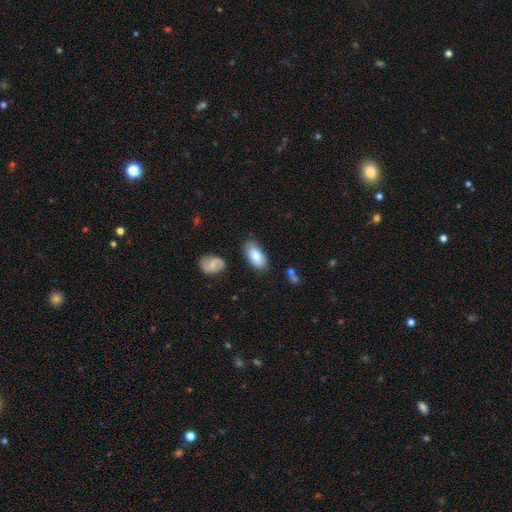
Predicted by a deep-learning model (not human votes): Smooth or featured?
  - smooth: 80% *
  - featured or disk: 14%
  - star or artifact: 6%
How rounded?
  - in between: 93% *
  - cigar-shaped: 4%
  - round: 3%
Merging?
  - none: 80% *
  - minor disturbance: 14%
  - major disturbance: 3%
  - merger: 3%